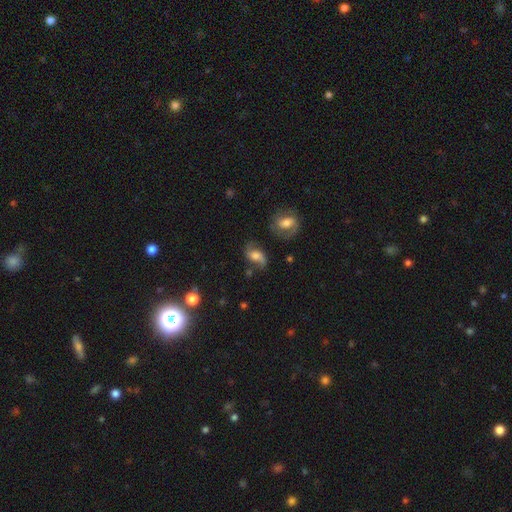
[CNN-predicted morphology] The model was most divided on "bar": no: 54%, weak: 36%, strong: 10%. Remaining: edge-on disk — no (95%); spiral arms — yes (91%); spiral arm count — 2 (90%); smooth or featured — featured or disk (67%); spiral winding — loose (63%); merging — none (61%); bulge size — moderate (46%).